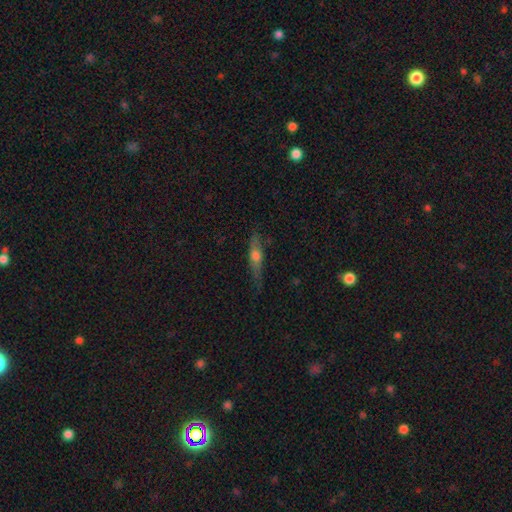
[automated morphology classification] Smooth or featured?
  - featured or disk: 53% *
  - smooth: 39%
  - star or artifact: 8%
Edge-on disk?
  - yes: 89% *
  - no: 11%
Merging?
  - none: 74% *
  - minor disturbance: 20%
  - major disturbance: 5%
  - merger: 2%